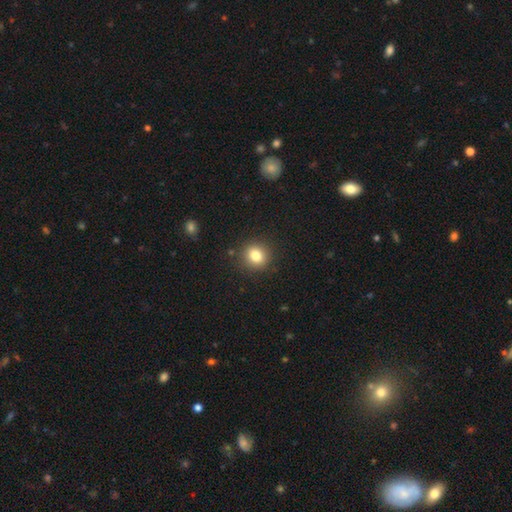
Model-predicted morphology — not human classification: Smooth or featured: smooth — 82% (star or artifact — 11%)
How rounded: round — 81% (in between — 18%)
Merging: none — 89% (minor disturbance — 7%)